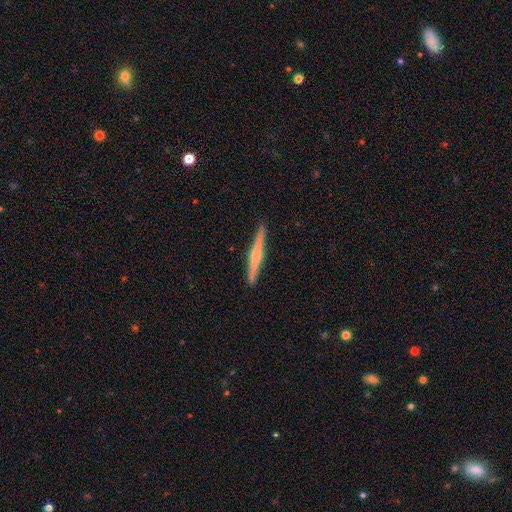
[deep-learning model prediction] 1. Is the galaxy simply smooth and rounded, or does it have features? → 62% featured or disk, 32% smooth, 5% star or artifact.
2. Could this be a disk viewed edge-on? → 98% yes, 2% no.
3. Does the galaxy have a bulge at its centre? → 72% rounded, 18% none, 10% boxy.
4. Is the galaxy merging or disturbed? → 91% none, 6% minor disturbance, 1% major disturbance, 1% merger.